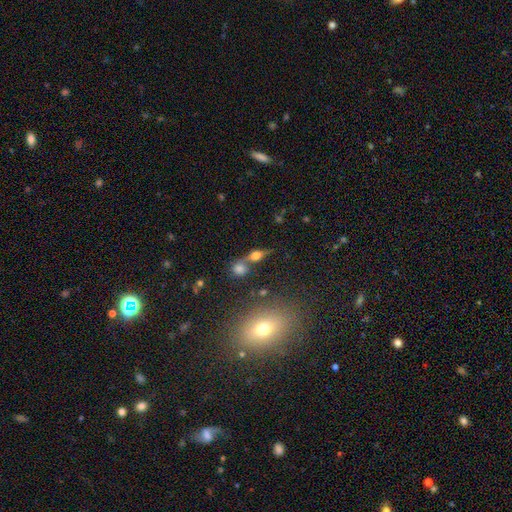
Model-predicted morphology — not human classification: This is possibly a smooth galaxy (51%). How rounded: possibly in between (54%). Merging: marginally merger (42%).